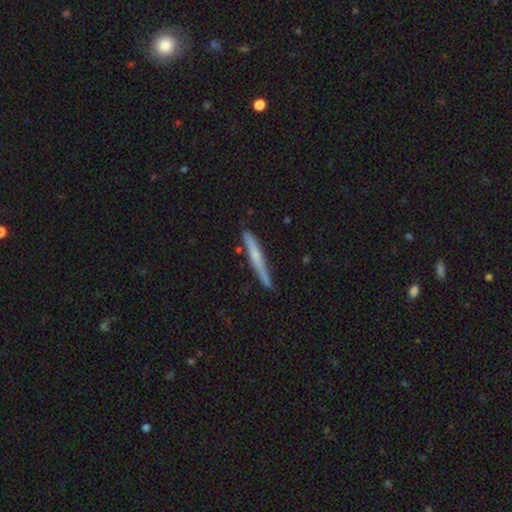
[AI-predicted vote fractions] Morphology: type=featured or disk (50%); edge-on=yes (95%); merging=none (83%).